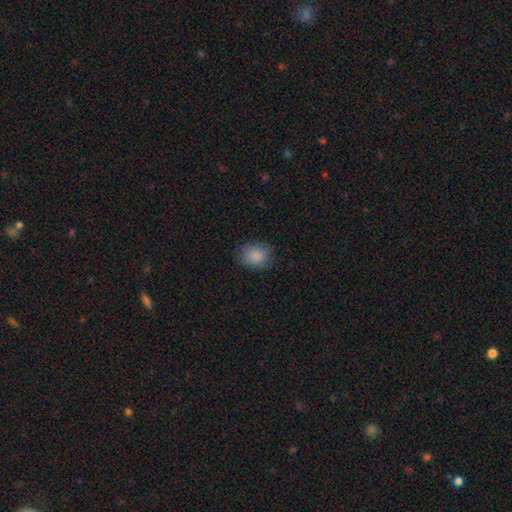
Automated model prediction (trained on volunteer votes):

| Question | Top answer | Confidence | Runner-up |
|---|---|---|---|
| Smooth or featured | smooth | 87% | star or artifact (8%) |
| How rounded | round | 60% | in between (39%) |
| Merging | none | 82% | minor disturbance (14%) |